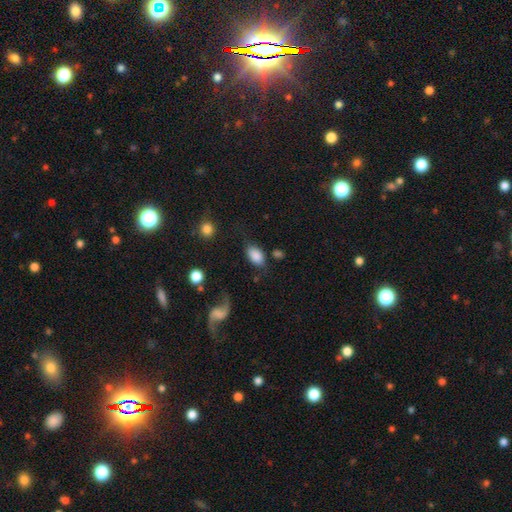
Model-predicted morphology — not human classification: type=smooth (83%); roundness=in between (91%); merging=none (63%).